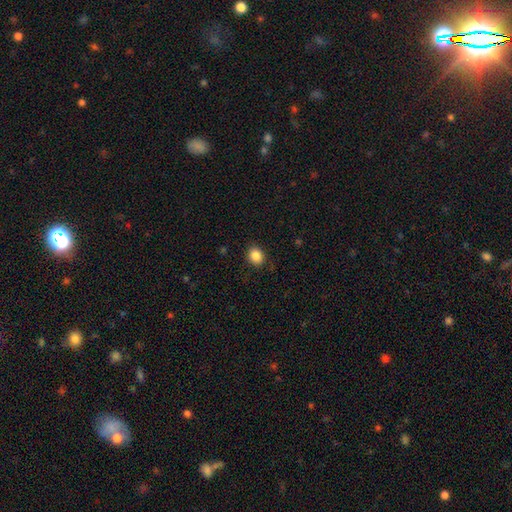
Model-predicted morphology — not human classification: Q: Smooth or featured?
A: smooth (87%); runner-up: star or artifact (10%)
Q: How rounded?
A: round (65%); runner-up: in between (34%)
Q: Merging?
A: none (87%); runner-up: minor disturbance (9%)